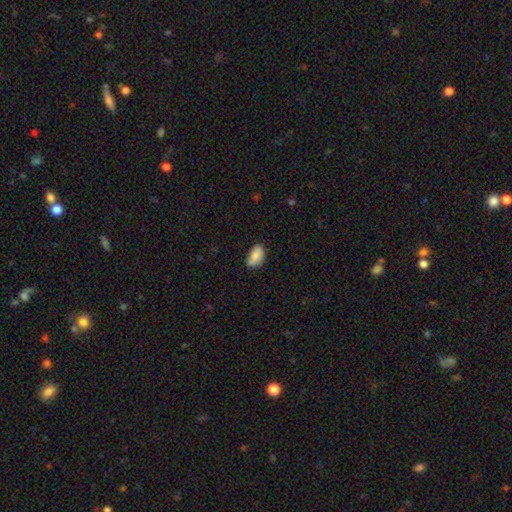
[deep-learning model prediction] Smooth or featured: smooth — 84% (featured or disk — 9%)
How rounded: in between — 92% (round — 5%)
Merging: none — 66% (minor disturbance — 27%)